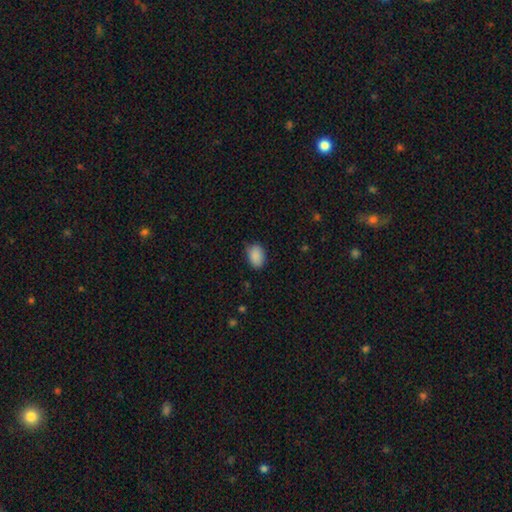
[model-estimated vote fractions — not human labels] Q: Smooth or featured?
A: smooth (89%); runner-up: star or artifact (7%)
Q: How rounded?
A: in between (83%); runner-up: round (16%)
Q: Merging?
A: none (77%); runner-up: minor disturbance (19%)